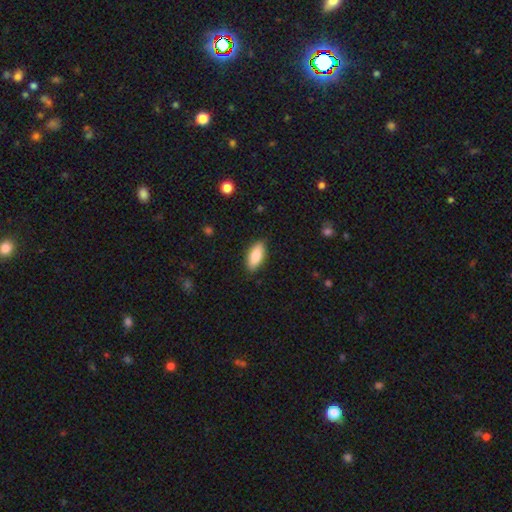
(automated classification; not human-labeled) Smooth or featured: smooth — 86% (featured or disk — 9%)
How rounded: in between — 84% (cigar-shaped — 14%)
Merging: none — 87% (minor disturbance — 10%)